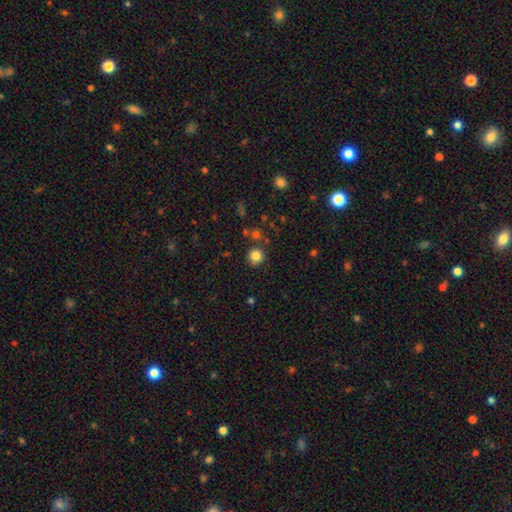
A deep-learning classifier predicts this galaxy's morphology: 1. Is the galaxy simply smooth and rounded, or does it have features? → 83% smooth, 12% star or artifact, 5% featured or disk.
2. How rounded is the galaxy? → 93% round, 6% in between, 1% cigar-shaped.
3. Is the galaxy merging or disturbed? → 81% none, 10% minor disturbance, 6% merger, 3% major disturbance.